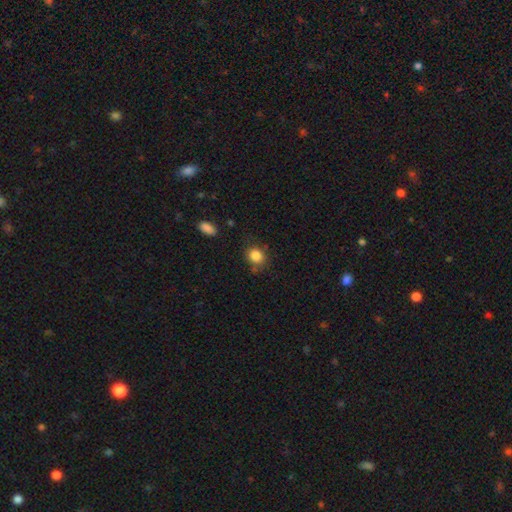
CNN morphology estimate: The model was most divided on "how rounded": round: 68%, in between: 31%, cigar-shaped: 1%. More confident: smooth or featured — smooth (85%); merging — none (77%).